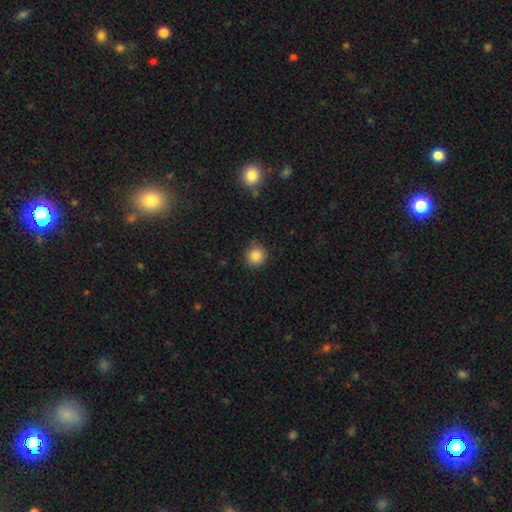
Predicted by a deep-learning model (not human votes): smooth 86%, star or artifact 10%, featured or disk 4%. Down the decision tree: how rounded — round (93%); merging — none (86%).